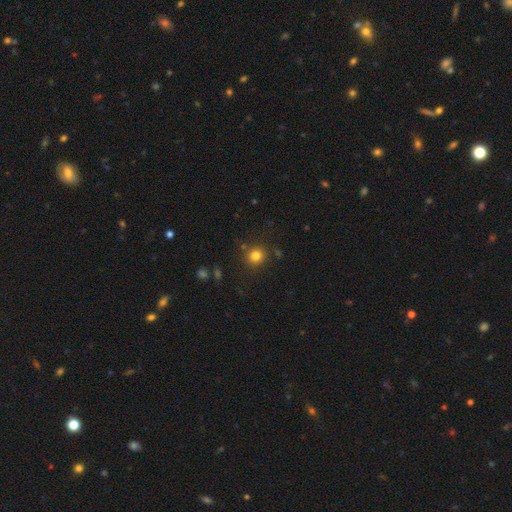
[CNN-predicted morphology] Smooth or featured? Predicted: smooth (p=0.80). How rounded? Predicted: round (p=0.90). Merging? Predicted: none (p=0.86).